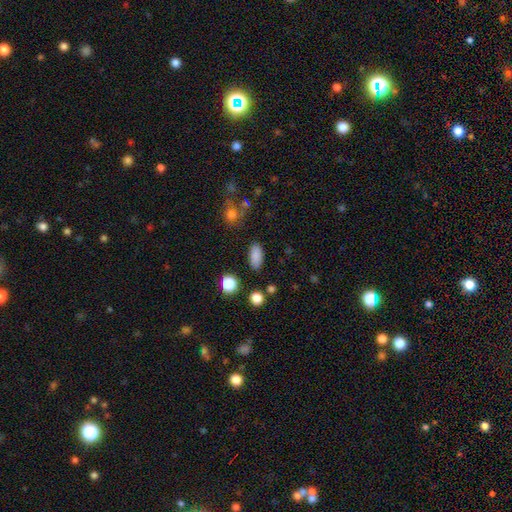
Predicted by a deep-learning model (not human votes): Overall: smooth (86%). How rounded: in between (87%). Merging: none (86%).